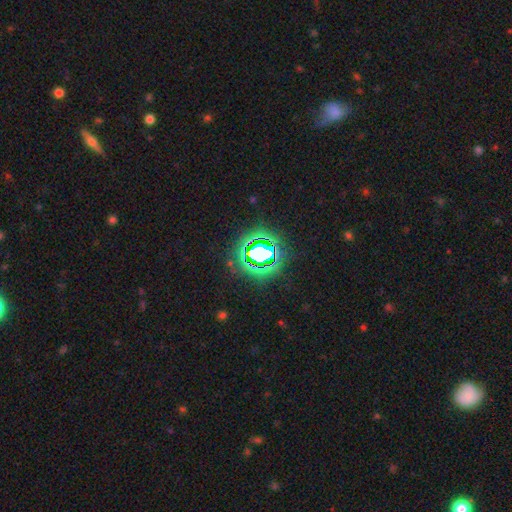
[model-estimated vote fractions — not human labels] star or artifact 79%, smooth 13%, featured or disk 7%.